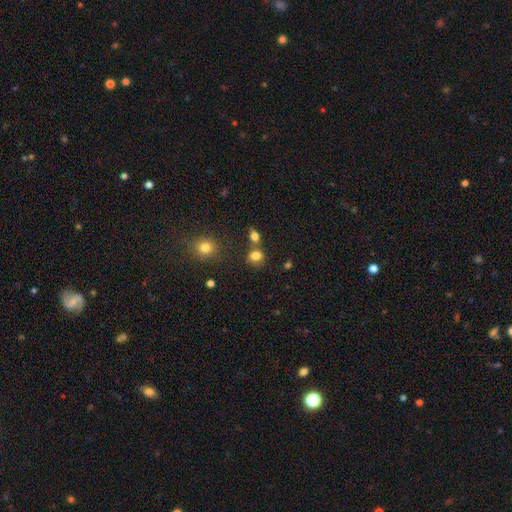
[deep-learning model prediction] smooth_or_featured: smooth (p=0.80) [alt: star or artifact p=0.13]
how_rounded: round (p=0.56) [alt: in between p=0.43]
merging: none (p=0.60) [alt: merger p=0.24]